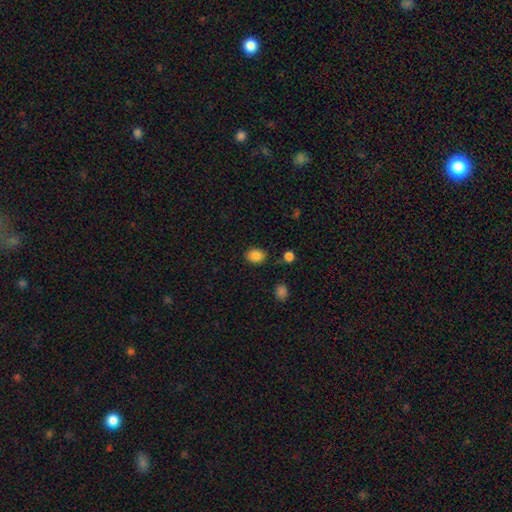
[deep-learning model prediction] Overall: smooth (86%). How rounded: in between (60%; round 39%). Merging: none (81%).